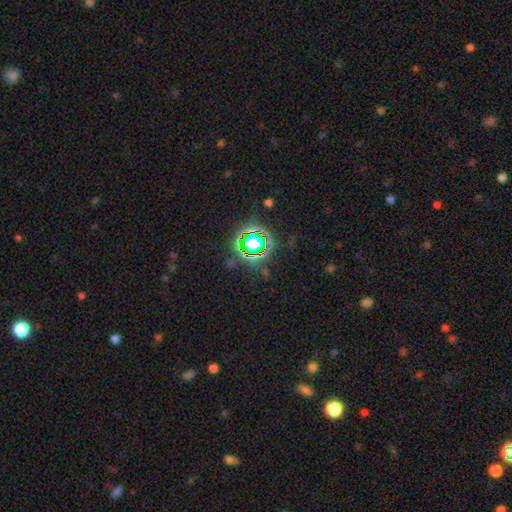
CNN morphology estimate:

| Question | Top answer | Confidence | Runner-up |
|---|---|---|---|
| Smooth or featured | star or artifact | 77% | smooth (15%) |